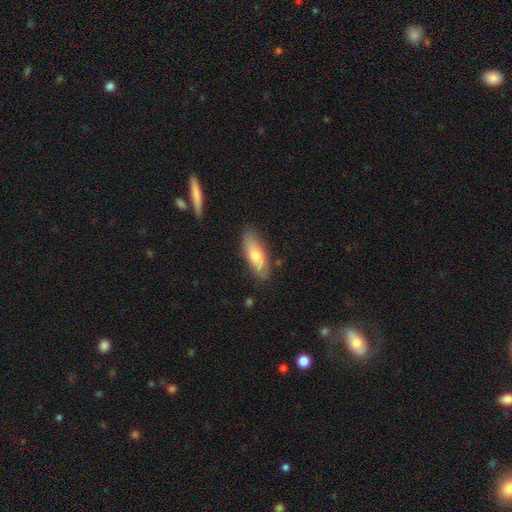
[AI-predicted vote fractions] smooth-or-featured: smooth: 71% | featured or disk: 24% | star or artifact: 6%
  how-rounded: in between: 68% | cigar-shaped: 30% | round: 2%
  merging: none: 81% | minor disturbance: 15% | major disturbance: 3% | merger: 2%